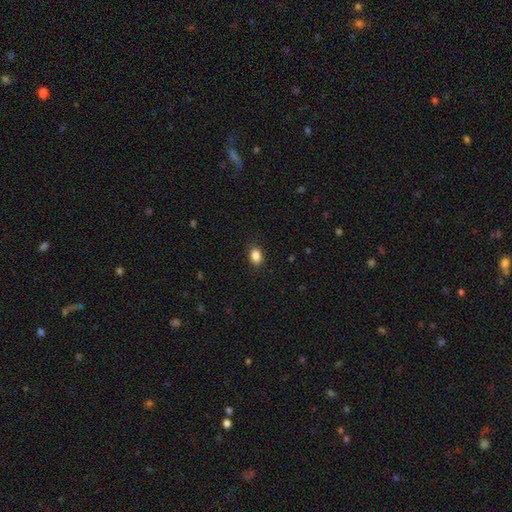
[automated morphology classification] Overall: smooth (86%). How rounded: in between (76%). Merging: none (88%).